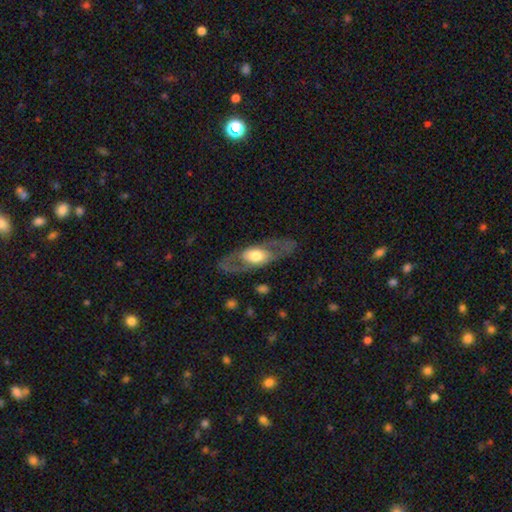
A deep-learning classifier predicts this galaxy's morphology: Smooth or featured? featured or disk (65%)
Edge-on disk? no (77%)
Bar? no (76%)
Spiral arms? no (66%)
Bulge size? moderate (53%)
Merging? none (78%)